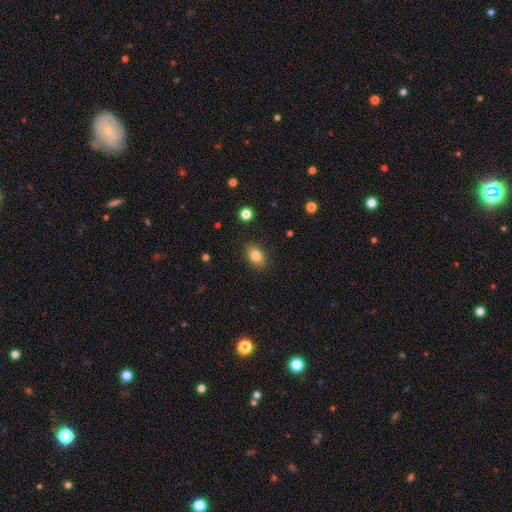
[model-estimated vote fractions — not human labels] A smooth galaxy with no disk features (83%) that is in between round and cigar-shaped (80%). Merging: none (87%).